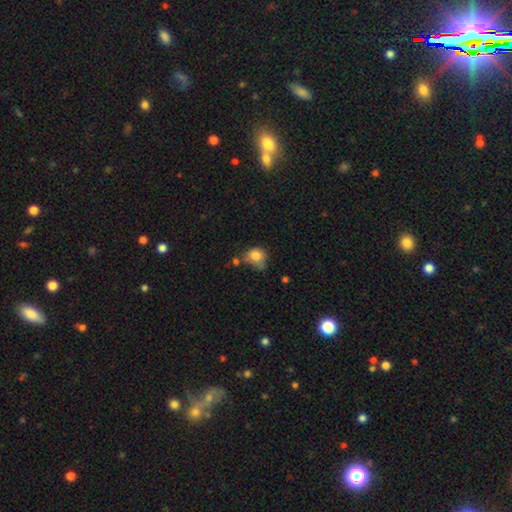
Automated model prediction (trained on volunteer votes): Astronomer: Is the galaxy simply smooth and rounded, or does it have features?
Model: smooth — 80%.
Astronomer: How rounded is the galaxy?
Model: round — 63%.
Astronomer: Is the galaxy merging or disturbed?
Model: none — 42% (runner-up: minor disturbance, 32%).